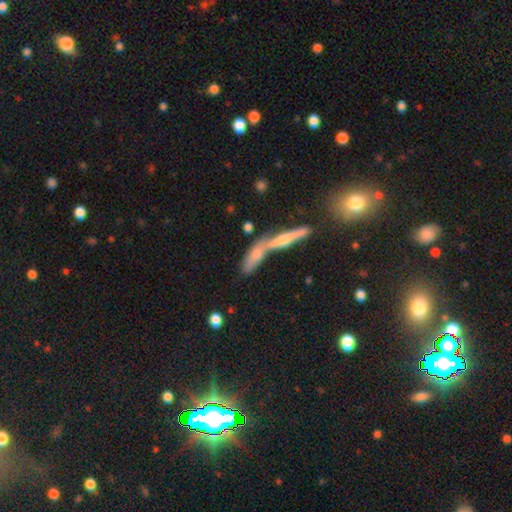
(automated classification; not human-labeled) The model was most divided on "how rounded": cigar-shaped: 56%, in between: 40%, round: 5%. More confident: smooth or featured — smooth (58%); merging — merger (53%).